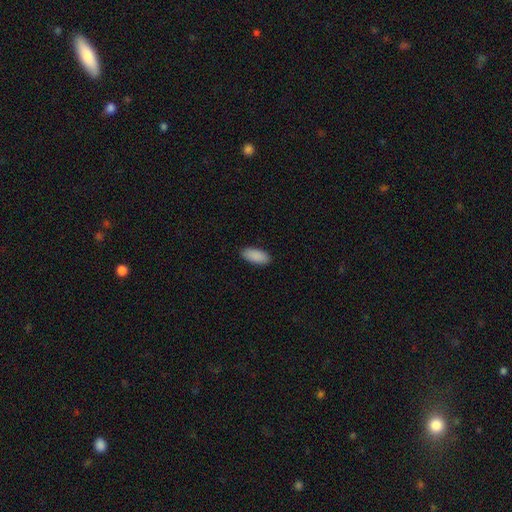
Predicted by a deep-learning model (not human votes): smooth_or_featured: smooth (p=0.91) [alt: star or artifact p=0.06]
how_rounded: in between (p=0.89) [alt: cigar-shaped p=0.09]
merging: none (p=0.89) [alt: minor disturbance p=0.08]